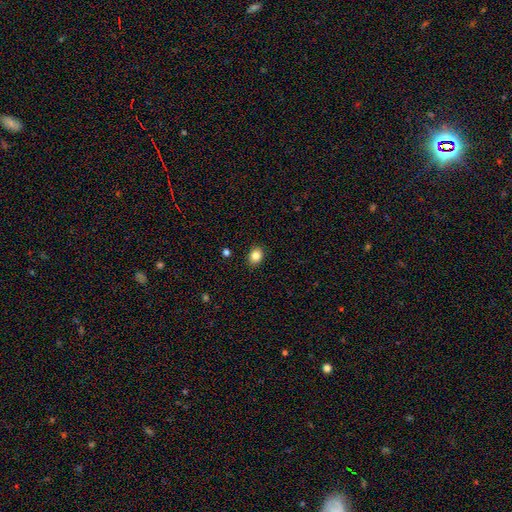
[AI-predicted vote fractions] Morphology: type=smooth (85%); roundness=in between (52%); merging=none (89%).